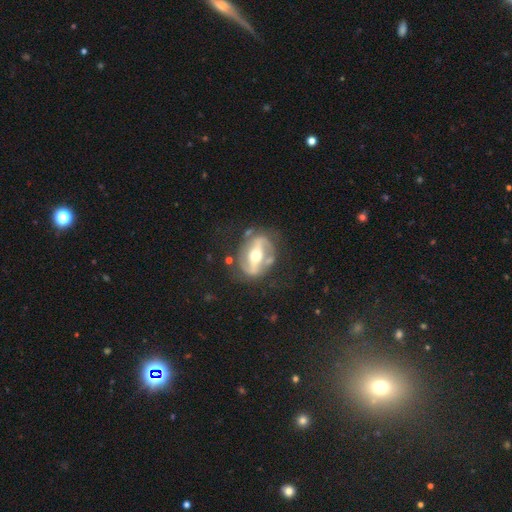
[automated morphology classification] Q: Smooth or featured?
A: featured or disk (81%); runner-up: smooth (14%)
Q: Edge-on disk?
A: no (90%); runner-up: yes (10%)
Q: Bar?
A: strong (68%); runner-up: weak (18%)
Q: Spiral arms?
A: yes (69%); runner-up: no (31%)
Q: Spiral winding?
A: medium (40%); runner-up: loose (30%)
Q: Spiral arm count?
A: 2 (81%); runner-up: can't tell (11%)
Q: Bulge size?
A: moderate (67%); runner-up: small (25%)
Q: Merging?
A: none (67%); runner-up: minor disturbance (18%)